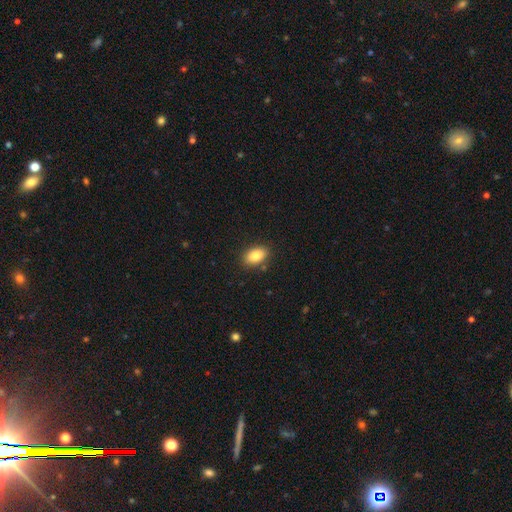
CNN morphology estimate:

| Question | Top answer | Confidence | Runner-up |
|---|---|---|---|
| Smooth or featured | smooth | 82% | featured or disk (10%) |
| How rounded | in between | 88% | round (11%) |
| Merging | none | 87% | minor disturbance (9%) |